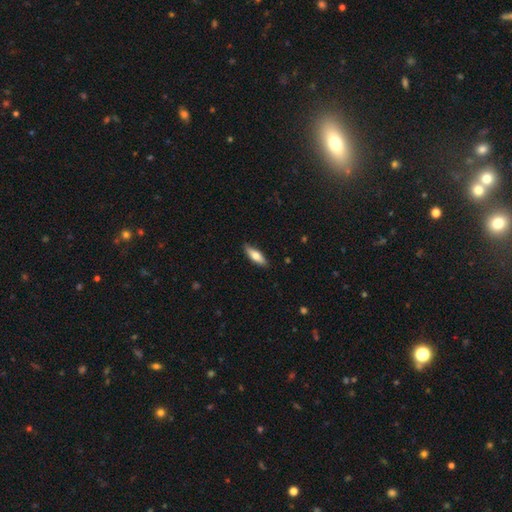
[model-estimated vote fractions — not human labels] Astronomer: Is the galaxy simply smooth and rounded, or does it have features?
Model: smooth — 68%.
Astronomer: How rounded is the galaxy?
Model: in between — 50% (runner-up: cigar-shaped, 48%).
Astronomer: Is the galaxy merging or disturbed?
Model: none — 86%.